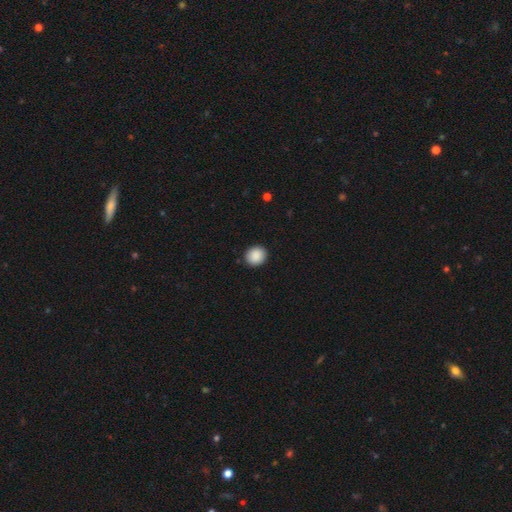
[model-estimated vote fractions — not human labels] smooth 90%, star or artifact 8%, featured or disk 3%. Down the decision tree: how rounded — round (80%); merging — none (91%).